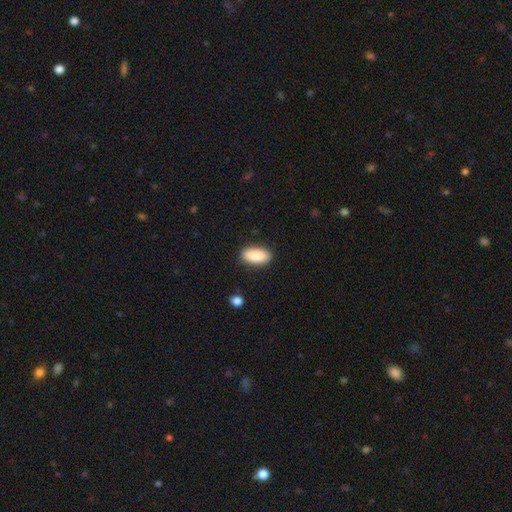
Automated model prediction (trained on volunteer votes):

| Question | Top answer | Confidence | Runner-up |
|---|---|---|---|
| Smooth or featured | smooth | 89% | star or artifact (6%) |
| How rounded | in between | 89% | cigar-shaped (8%) |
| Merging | none | 88% | minor disturbance (9%) |